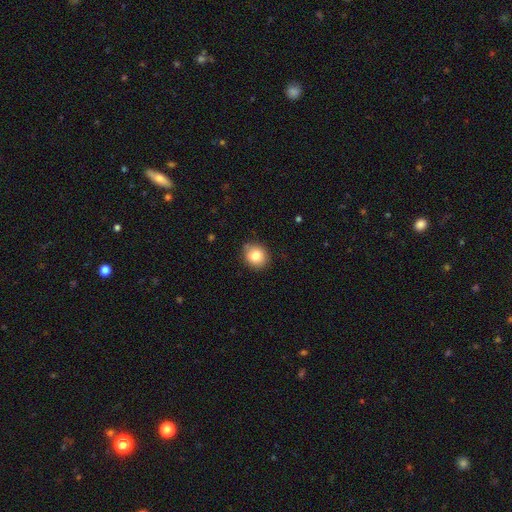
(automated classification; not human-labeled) smooth_or_featured: smooth (p=0.82) [alt: star or artifact p=0.10]
how_rounded: round (p=0.78) [alt: in between p=0.21]
merging: none (p=0.85) [alt: minor disturbance p=0.12]